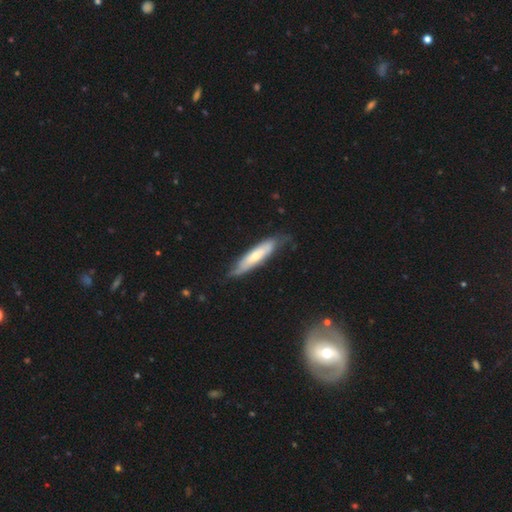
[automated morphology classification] type=smooth (49%); merging=none (65%).